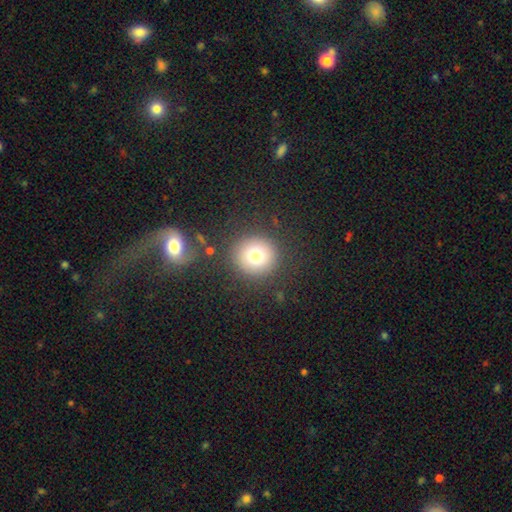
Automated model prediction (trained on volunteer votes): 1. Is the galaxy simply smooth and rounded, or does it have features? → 74% smooth, 15% star or artifact, 11% featured or disk.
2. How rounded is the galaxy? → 93% round, 6% in between, 1% cigar-shaped.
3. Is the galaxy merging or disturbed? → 87% none, 7% minor disturbance, 4% major disturbance, 2% merger.